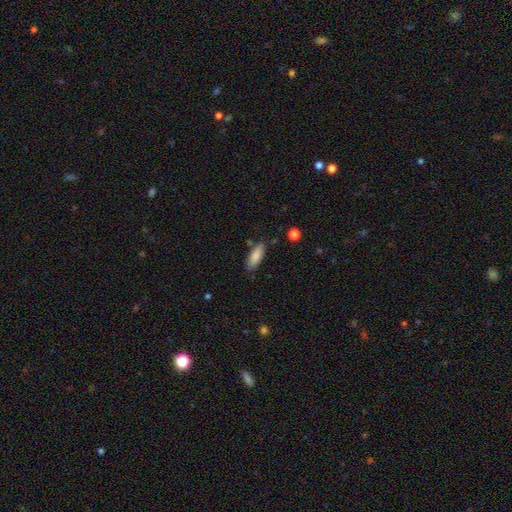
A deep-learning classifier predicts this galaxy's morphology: This appears to be a smooth galaxy with no disk features (86%) that is in between round and cigar-shaped (71%). Merging: none (80%).